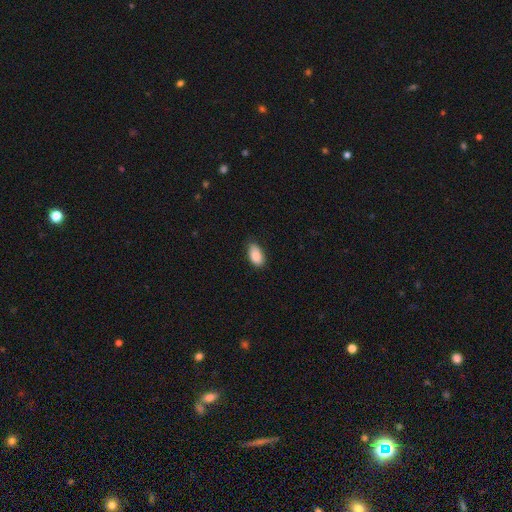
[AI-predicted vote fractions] The model was most divided on "merging": none: 74%, minor disturbance: 22%, major disturbance: 3%, merger: 1%. More confident: how rounded — in between (93%); smooth or featured — smooth (88%).